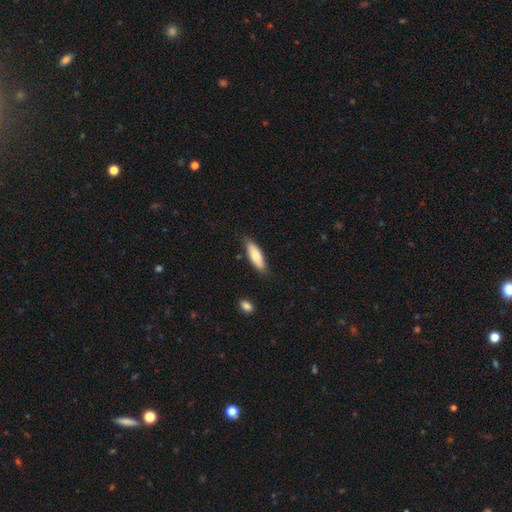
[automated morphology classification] smooth_or_featured: smooth (p=0.77) [alt: featured or disk p=0.17]
how_rounded: in between (p=0.55) [alt: cigar-shaped p=0.43]
merging: none (p=0.80) [alt: minor disturbance p=0.16]